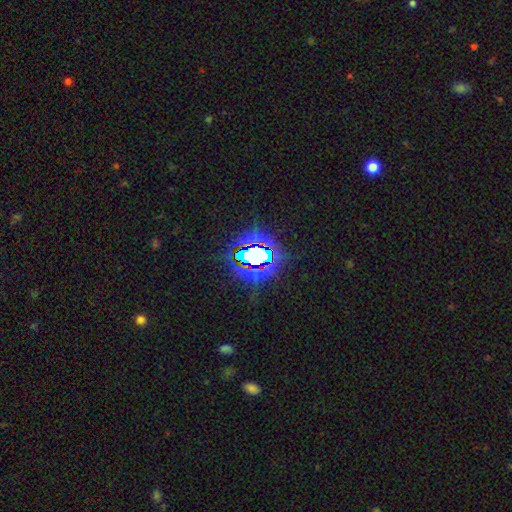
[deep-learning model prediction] Smooth or featured: star or artifact — 68% (smooth — 18%)